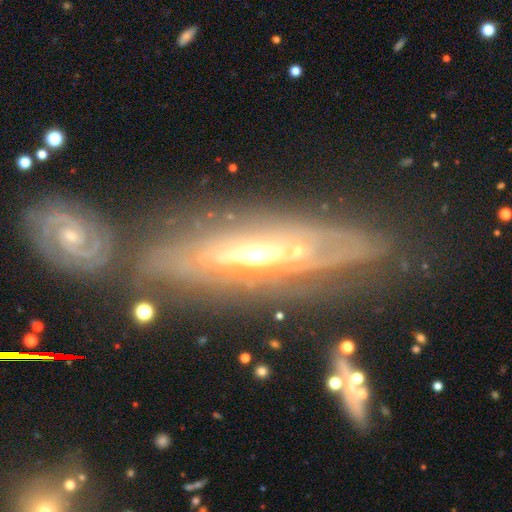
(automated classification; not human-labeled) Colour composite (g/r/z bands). It shows a featured or disk galaxy (79%). Merging: none (56%).